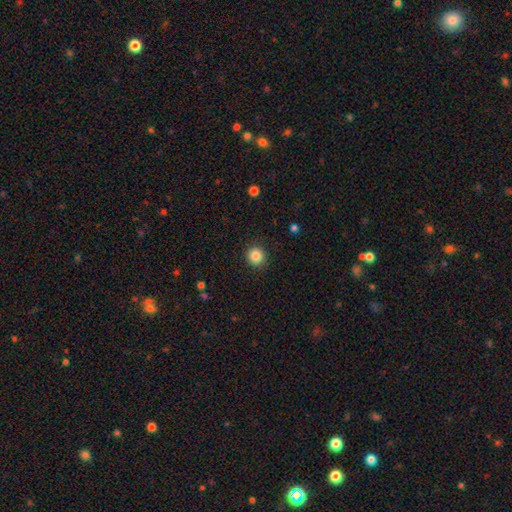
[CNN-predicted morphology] smooth_or_featured: smooth (p=0.86) [alt: star or artifact p=0.10]
how_rounded: round (p=0.92) [alt: in between p=0.07]
merging: none (p=0.91) [alt: minor disturbance p=0.06]